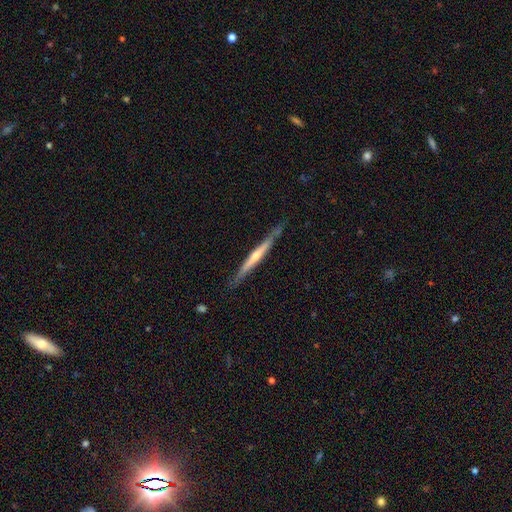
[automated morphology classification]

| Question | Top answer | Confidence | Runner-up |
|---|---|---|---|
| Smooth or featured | featured or disk | 71% | smooth (23%) |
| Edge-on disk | yes | 97% | no (3%) |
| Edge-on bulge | rounded | 61% | none (33%) |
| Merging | none | 84% | minor disturbance (13%) |